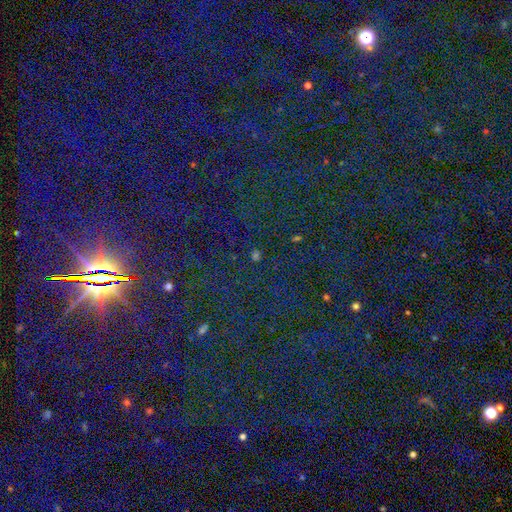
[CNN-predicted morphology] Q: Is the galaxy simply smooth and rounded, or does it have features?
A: star or artifact — 73%.